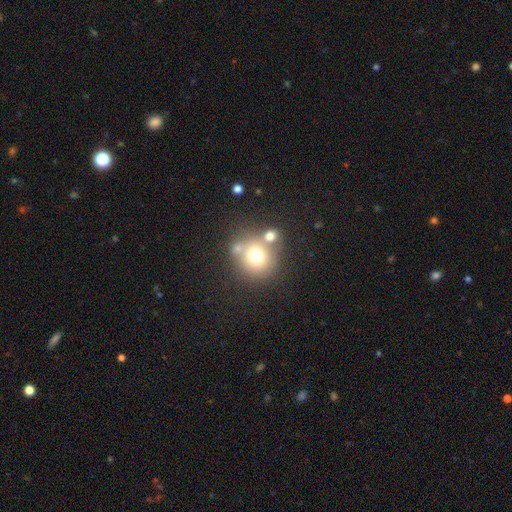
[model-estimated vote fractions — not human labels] smooth_or_featured: smooth (p=0.69) [alt: featured or disk p=0.18]
how_rounded: round (p=0.87) [alt: in between p=0.12]
merging: none (p=0.56) [alt: merger p=0.27]